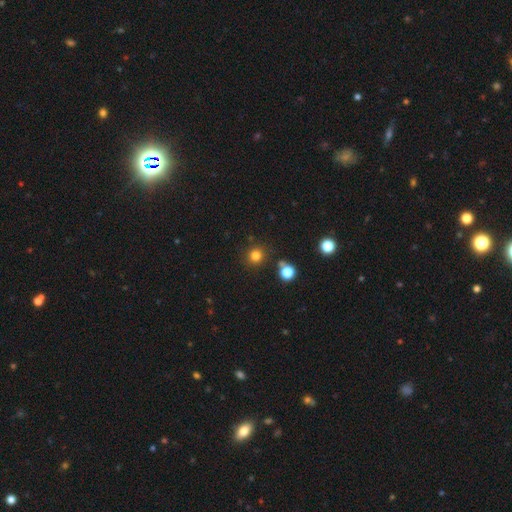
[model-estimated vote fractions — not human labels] The model was most divided on "smooth or featured": smooth: 79%, star or artifact: 16%, featured or disk: 5%. More confident: how rounded — round (93%); merging — none (84%).